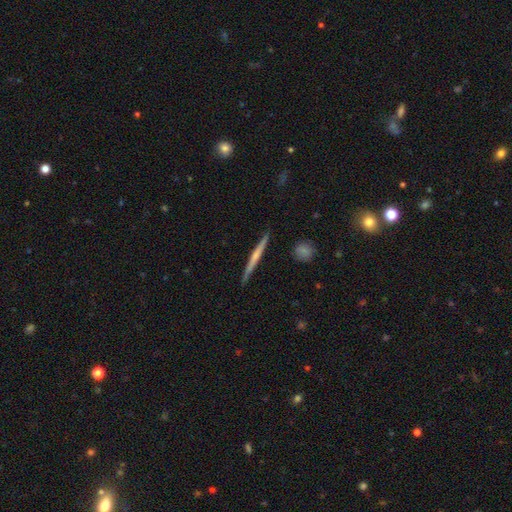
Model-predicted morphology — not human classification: This appears to be a featured or disk galaxy (57%) viewed edge-on (98%) with no central bulge (54%). Merging: none (89%).